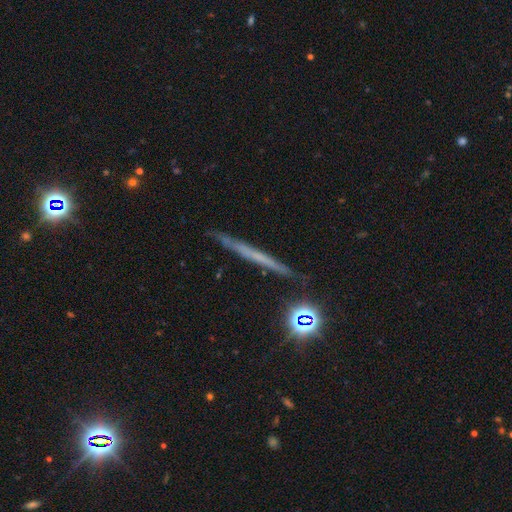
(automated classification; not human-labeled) smooth-or-featured: featured or disk: 50% | smooth: 37% | star or artifact: 14%
  merging: none: 86% | minor disturbance: 10% | major disturbance: 2% | merger: 2%